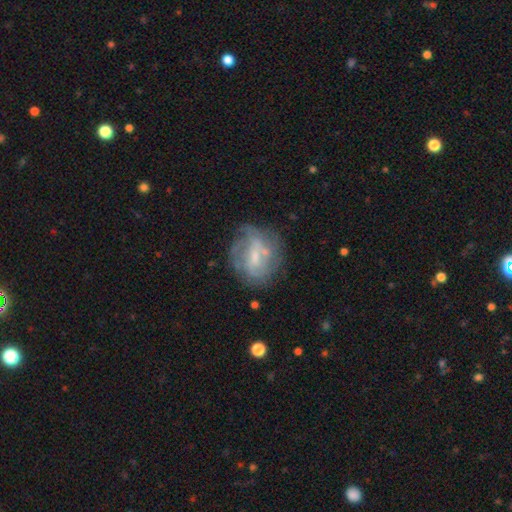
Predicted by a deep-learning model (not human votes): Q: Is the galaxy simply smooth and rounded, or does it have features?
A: featured or disk — 69%.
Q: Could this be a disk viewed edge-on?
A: no — 97%.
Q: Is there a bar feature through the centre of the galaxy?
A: weak — 52%.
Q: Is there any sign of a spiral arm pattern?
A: yes — 71%.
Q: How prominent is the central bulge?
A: small — 50%.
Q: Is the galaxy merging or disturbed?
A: none — 60%.